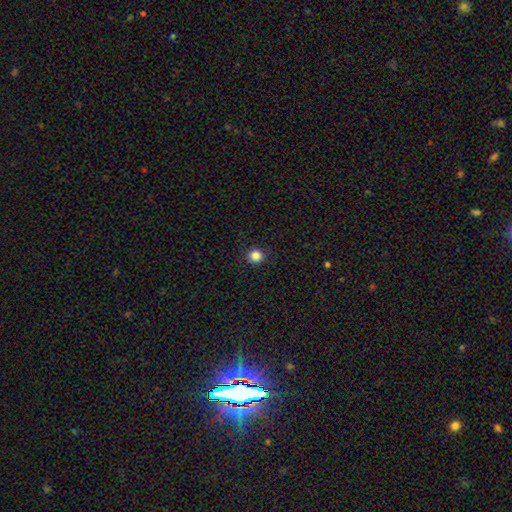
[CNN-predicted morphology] Overall: smooth (85%). How rounded: round (93%). Merging: none (92%).